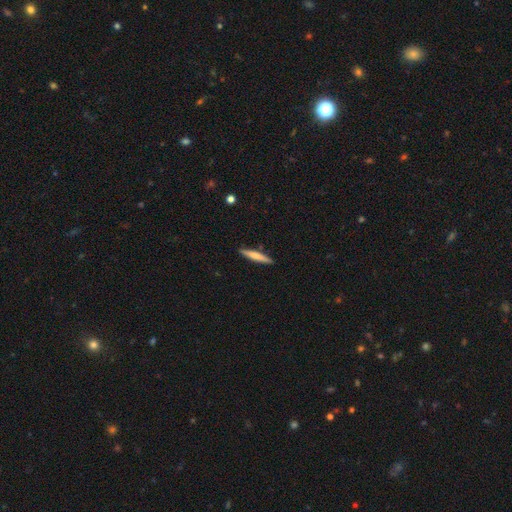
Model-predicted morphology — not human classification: A smooth galaxy with no disk features (65%) that is cigar-shaped (92%). Merging: none (90%).